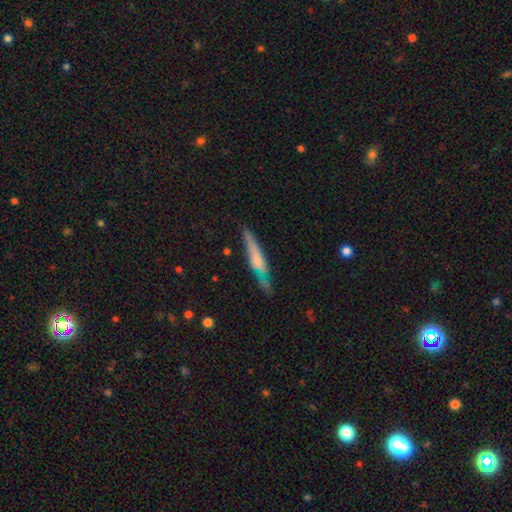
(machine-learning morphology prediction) Smooth or featured? Predicted: featured or disk (p=0.54). Edge-on disk? Predicted: yes (p=0.90). Merging? Predicted: none (p=0.70).